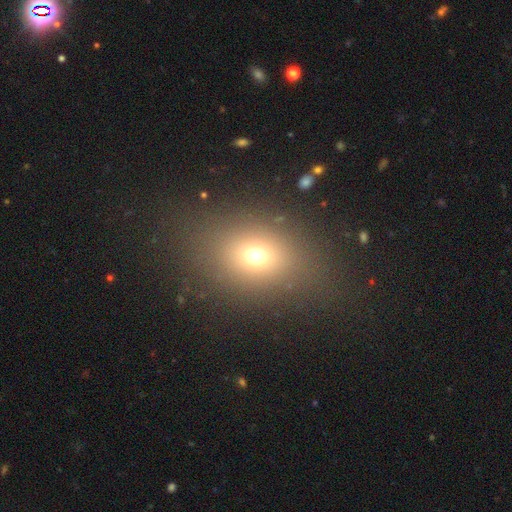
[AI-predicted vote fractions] Smooth or featured? Predicted: smooth (p=0.69). How rounded? Predicted: in between (p=0.59). Merging? Predicted: none (p=0.79).